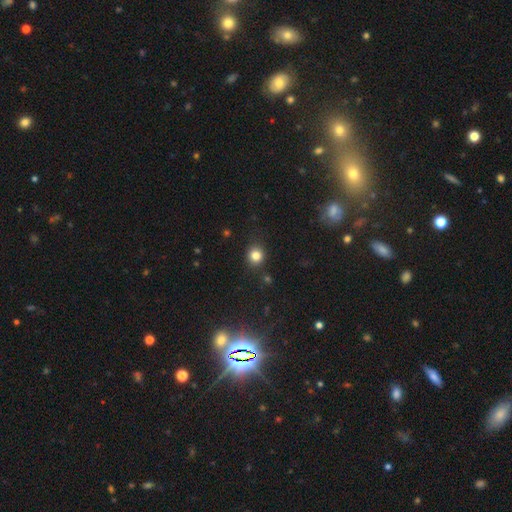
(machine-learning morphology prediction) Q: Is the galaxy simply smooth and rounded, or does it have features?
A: smooth — 82%.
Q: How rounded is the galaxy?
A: round — 83%.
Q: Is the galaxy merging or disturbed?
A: none — 86%.